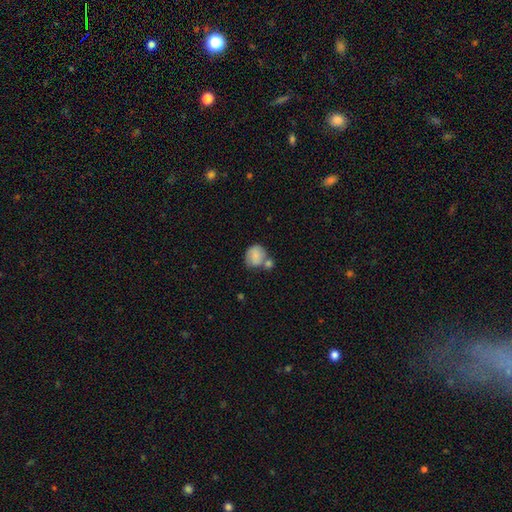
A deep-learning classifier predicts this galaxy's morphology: Overall: smooth (77%). How rounded: round (68%; in between 31%). Merging: none (38%; merger 36%).